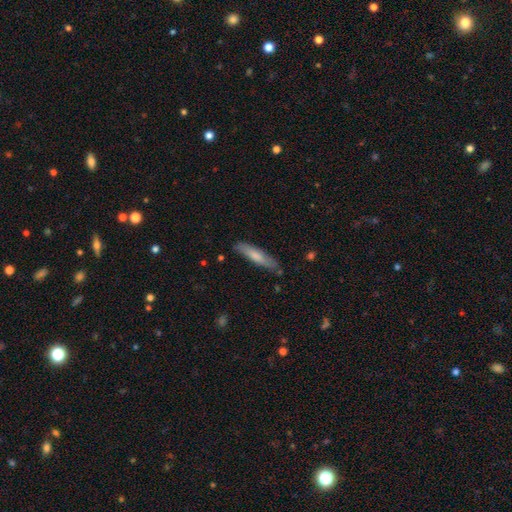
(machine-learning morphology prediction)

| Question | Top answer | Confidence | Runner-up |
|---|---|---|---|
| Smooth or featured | smooth | 70% | featured or disk (25%) |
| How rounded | cigar-shaped | 84% | in between (15%) |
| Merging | none | 80% | minor disturbance (15%) |